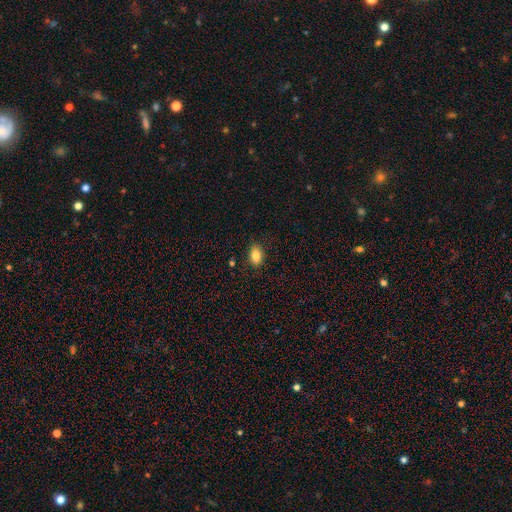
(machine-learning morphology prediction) Smooth or featured? smooth (84%)
How rounded? in between (85%)
Merging? none (86%)